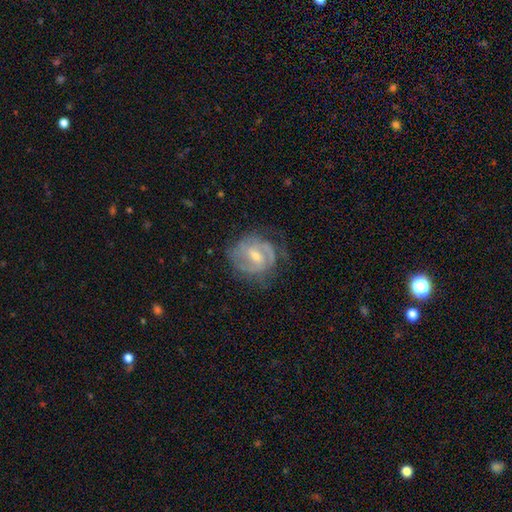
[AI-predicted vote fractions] Q: Smooth or featured?
A: featured or disk (80%); runner-up: smooth (13%)
Q: Edge-on disk?
A: no (97%); runner-up: yes (3%)
Q: Bar?
A: weak (53%); runner-up: no (27%)
Q: Spiral arms?
A: yes (90%); runner-up: no (10%)
Q: Spiral winding?
A: tight (49%); runner-up: medium (38%)
Q: Spiral arm count?
A: 2 (46%); runner-up: can't tell (28%)
Q: Bulge size?
A: moderate (49%); runner-up: small (47%)
Q: Merging?
A: none (65%); runner-up: minor disturbance (22%)